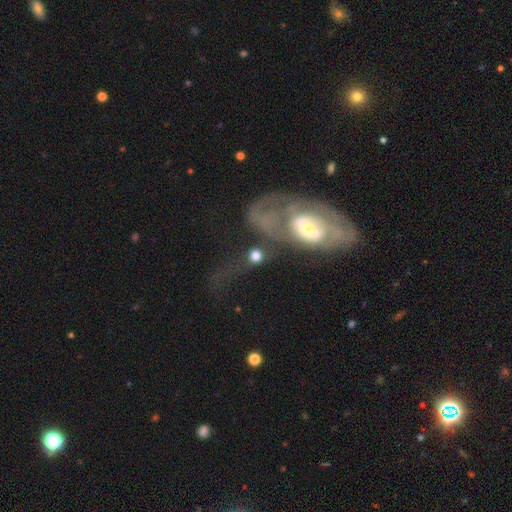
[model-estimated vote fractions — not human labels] This appears to be a smooth galaxy with no disk features (64%) that is round (79%). Merging: none (38%).